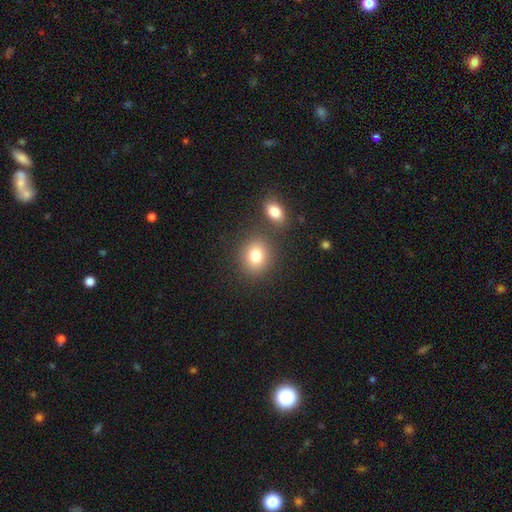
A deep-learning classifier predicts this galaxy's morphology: A smooth galaxy with no disk features (80%) that is round (62%). Merging: none (74%).